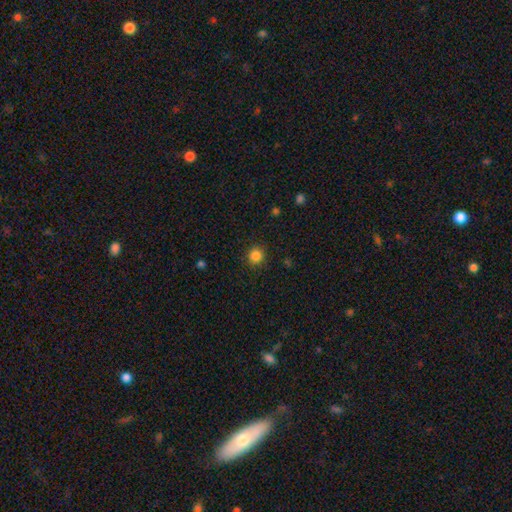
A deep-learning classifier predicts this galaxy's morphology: Smooth or featured?
  - smooth: 85% *
  - star or artifact: 12%
  - featured or disk: 4%
How rounded?
  - round: 91% *
  - in between: 8%
  - cigar-shaped: 1%
Merging?
  - none: 90% *
  - minor disturbance: 6%
  - major disturbance: 2%
  - merger: 1%